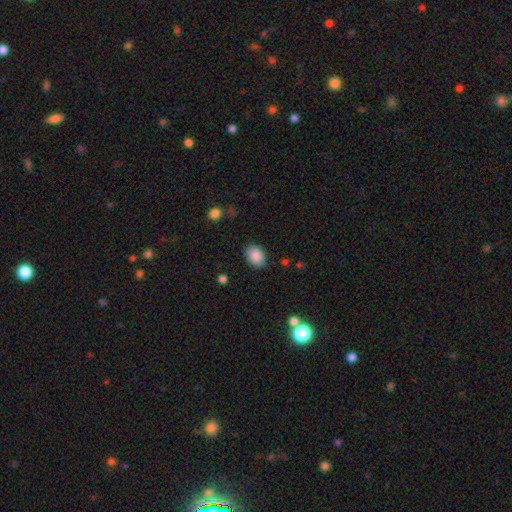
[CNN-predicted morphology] Q: Smooth or featured?
A: smooth (89%); runner-up: star or artifact (8%)
Q: How rounded?
A: in between (72%); runner-up: round (27%)
Q: Merging?
A: none (84%); runner-up: minor disturbance (12%)